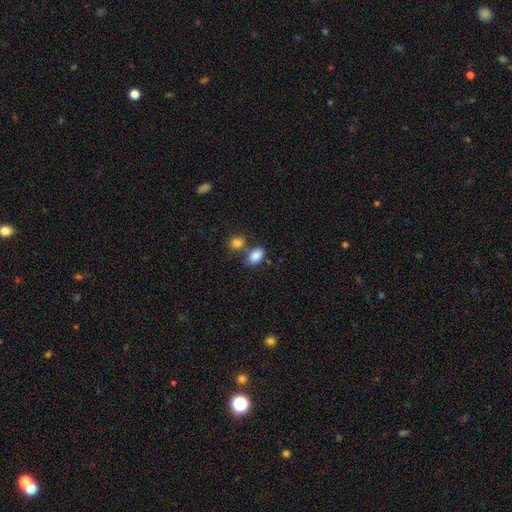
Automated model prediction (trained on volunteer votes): smooth 87%, star or artifact 8%, featured or disk 5%. Down the decision tree: how rounded — in between (87%); merging — none (55%).